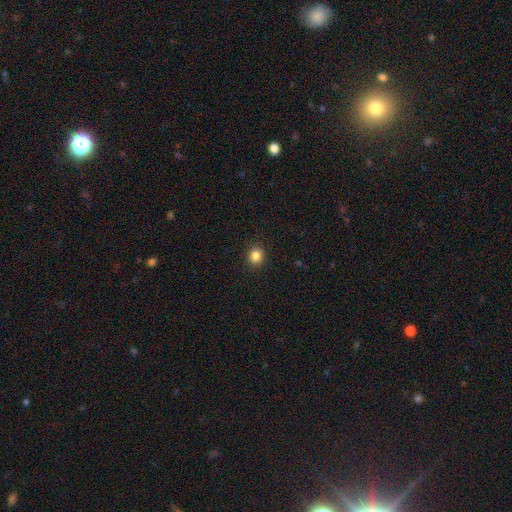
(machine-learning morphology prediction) This is clearly a smooth galaxy (85%). How rounded: likely round (79%). Merging: clearly none (92%).